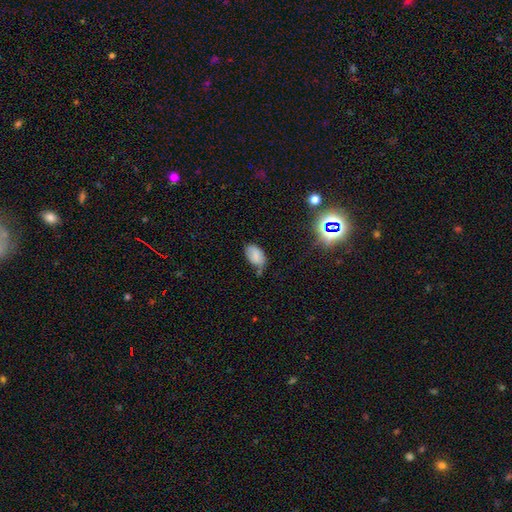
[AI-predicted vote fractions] smooth 78%, star or artifact 12%, featured or disk 10%. Down the decision tree: how rounded — in between (91%); merging — none (50%).